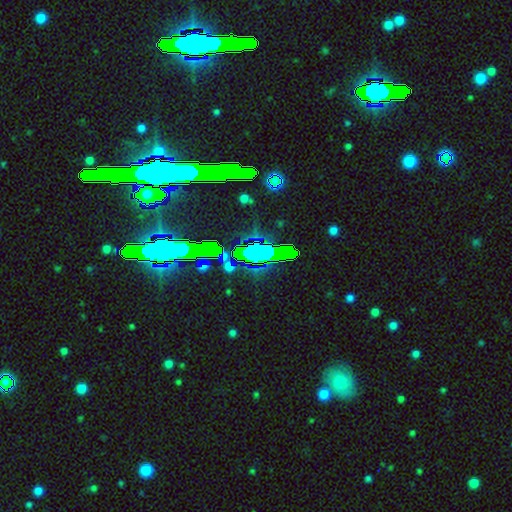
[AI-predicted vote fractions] Smooth or featured? Predicted: star or artifact (p=0.73).